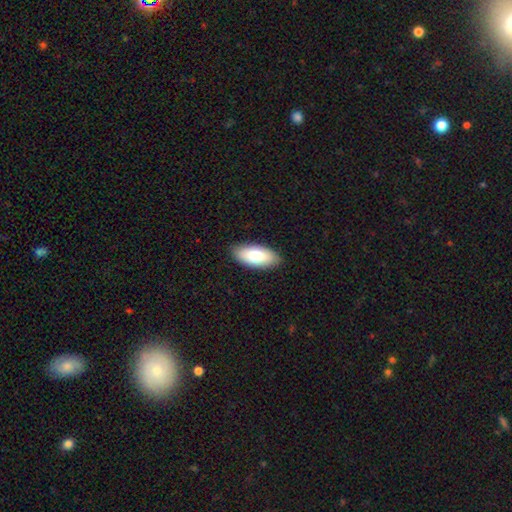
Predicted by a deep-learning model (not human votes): Morphology: type=smooth (77%); roundness=in between (90%); merging=none (88%).